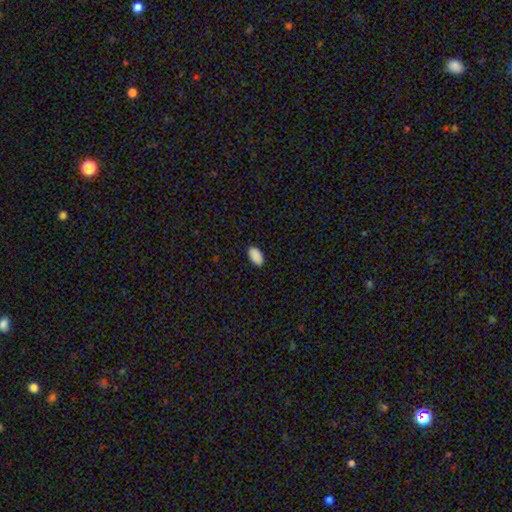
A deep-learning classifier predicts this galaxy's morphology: smooth 90%, star or artifact 7%, featured or disk 3%. Down the decision tree: how rounded — in between (95%); merging — none (89%).